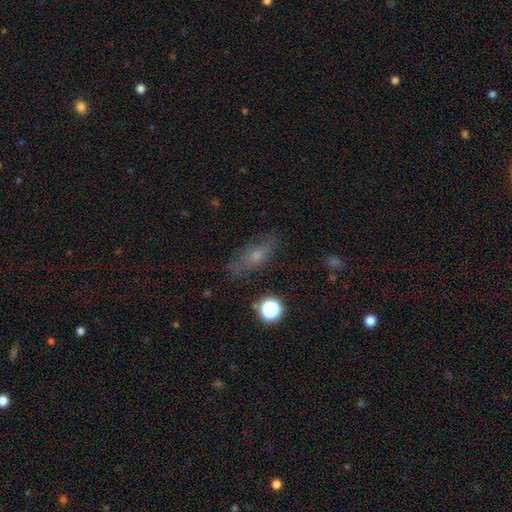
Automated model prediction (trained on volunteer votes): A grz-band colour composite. It shows a smooth galaxy with no disk features (56%) that is in between round and cigar-shaped (69%). Merging: none (73%).